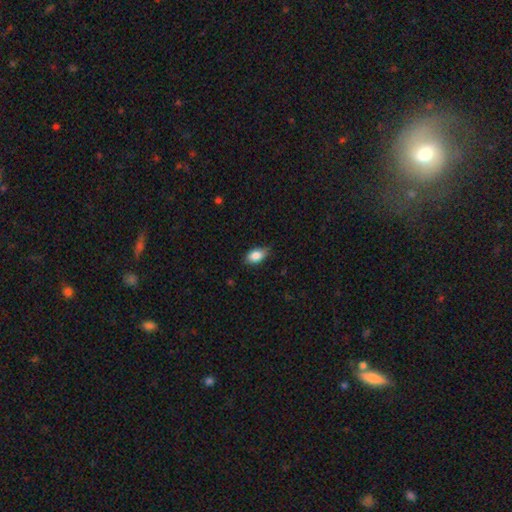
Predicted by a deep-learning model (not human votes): Smooth or featured? smooth (86%)
How rounded? in between (89%)
Merging? none (75%)